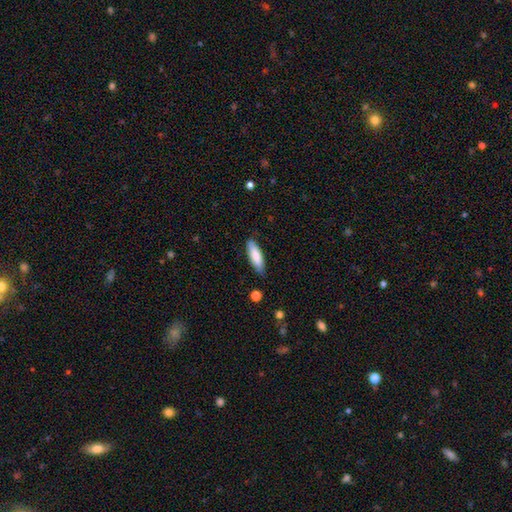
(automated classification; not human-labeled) Smooth or featured?
  - smooth: 83% *
  - featured or disk: 11%
  - star or artifact: 6%
How rounded?
  - in between: 50% *
  - cigar-shaped: 48%
  - round: 1%
Merging?
  - none: 84% *
  - minor disturbance: 13%
  - major disturbance: 2%
  - merger: 1%